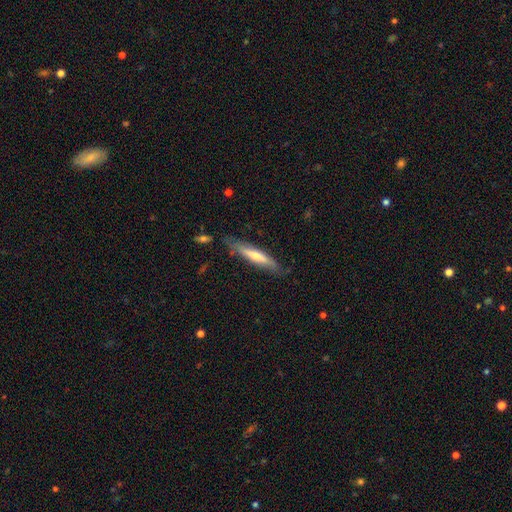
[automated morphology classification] This is possibly a featured or disk galaxy (53%). It is clearly viewed edge-on (83%). Merging: likely none (78%).